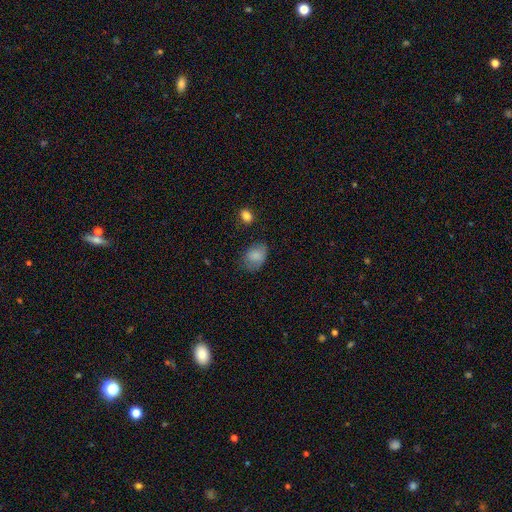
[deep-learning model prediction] Morphology: type=smooth (83%); roundness=in between (75%); merging=none (58%).